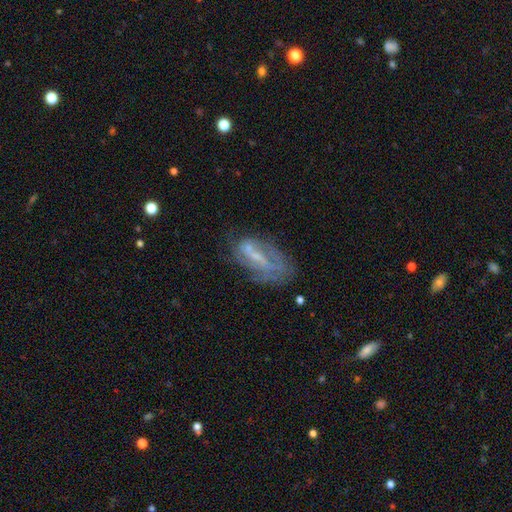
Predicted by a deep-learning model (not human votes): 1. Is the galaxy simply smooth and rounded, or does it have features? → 60% featured or disk, 29% smooth, 12% star or artifact.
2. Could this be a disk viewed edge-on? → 85% no, 15% yes.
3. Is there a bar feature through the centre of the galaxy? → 36% weak, 34% no, 30% strong.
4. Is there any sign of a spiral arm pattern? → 50% no (tied), 50% yes (tied).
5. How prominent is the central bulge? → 47% small, 30% none, 20% moderate, 2% large, 1% dominant.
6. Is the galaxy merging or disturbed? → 49% none, 25% minor disturbance, 21% major disturbance, 5% merger.